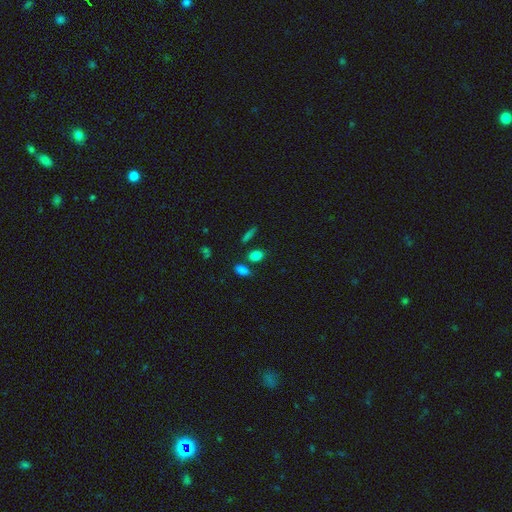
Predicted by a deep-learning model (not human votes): Morphology: type=smooth (82%); roundness=in between (82%); merging=none (72%).